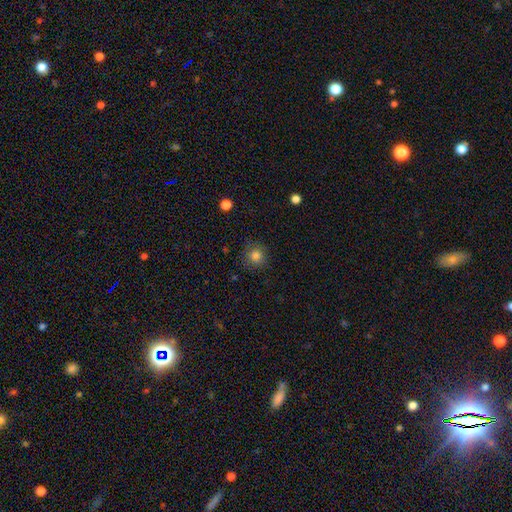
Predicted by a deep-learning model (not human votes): Smooth or featured?
  - smooth: 82% *
  - star or artifact: 12%
  - featured or disk: 6%
How rounded?
  - round: 91% *
  - in between: 8%
  - cigar-shaped: 1%
Merging?
  - none: 83% *
  - minor disturbance: 12%
  - major disturbance: 4%
  - merger: 1%